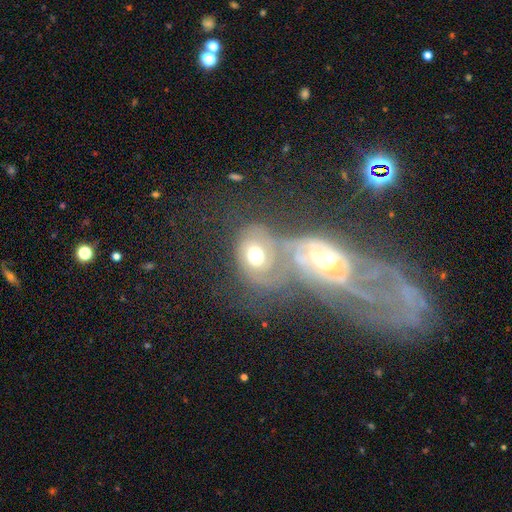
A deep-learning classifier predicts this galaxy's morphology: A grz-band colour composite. It shows a featured or disk galaxy (55%) with no bar (71%), spiral arms (67%) and a moderate central bulge (54%). Merging: merger (64%).